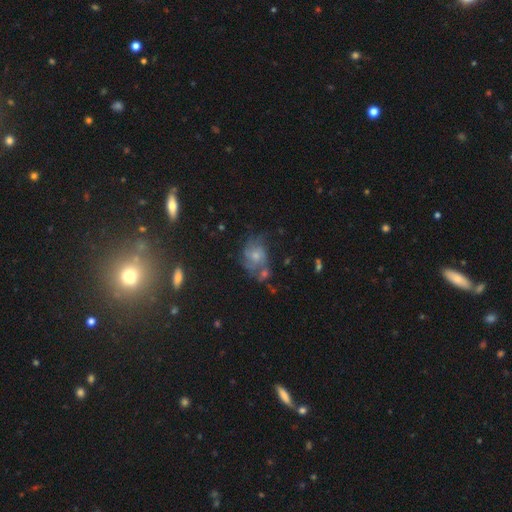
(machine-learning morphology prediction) Smooth or featured?
  - featured or disk: 61% *
  - smooth: 27%
  - star or artifact: 11%
Edge-on disk?
  - no: 97% *
  - yes: 3%
Bar?
  - no: 76% *
  - weak: 21%
  - strong: 3%
Spiral arms?
  - yes: 80% *
  - no: 20%
Bulge size?
  - small: 46% *
  - moderate: 41%
  - none: 6%
  - large: 5%
  - dominant: 2%
Merging?
  - none: 43% *
  - minor disturbance: 23%
  - major disturbance: 20%
  - merger: 14%